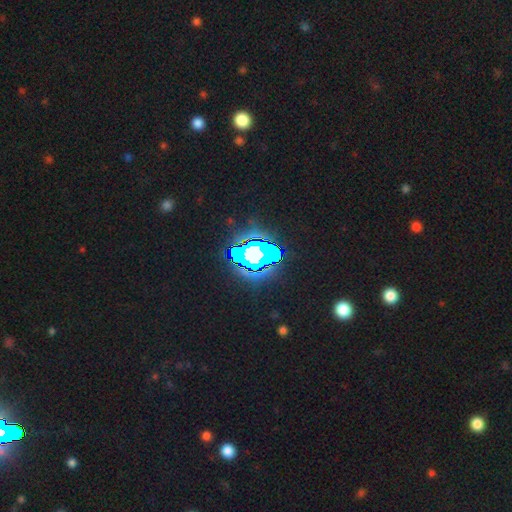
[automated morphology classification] Q: Smooth or featured?
A: star or artifact (71%); runner-up: smooth (16%)